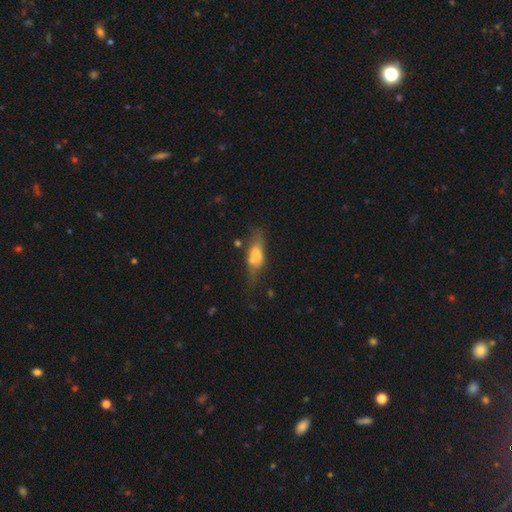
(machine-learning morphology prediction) Smooth or featured: smooth — 58% (featured or disk — 34%)
How rounded: in between — 64% (cigar-shaped — 32%)
Merging: none — 48% (minor disturbance — 27%)